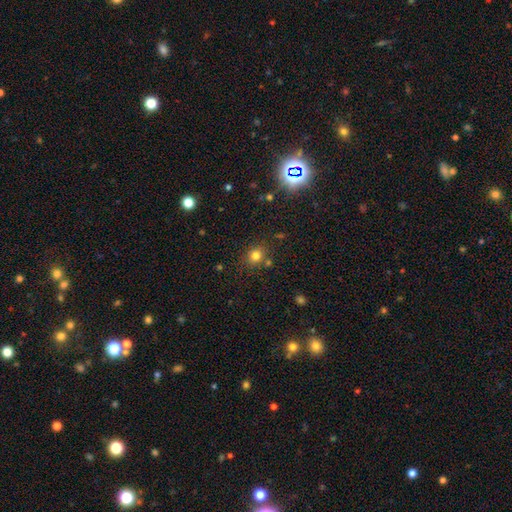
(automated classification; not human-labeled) Smooth or featured: smooth — 77% (star or artifact — 16%)
How rounded: round — 76% (in between — 24%)
Merging: none — 78% (minor disturbance — 11%)